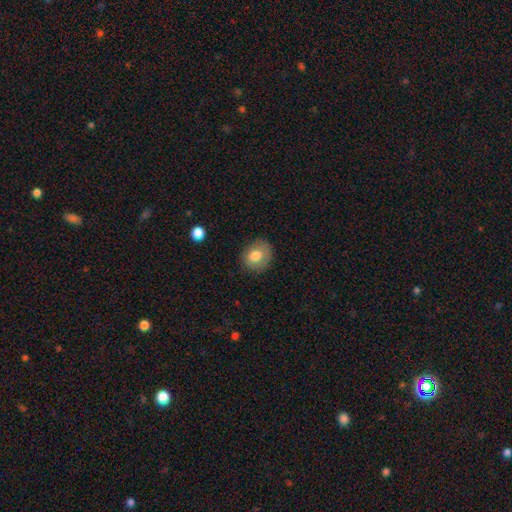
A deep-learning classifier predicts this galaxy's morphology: Smooth or featured? smooth (78%)
How rounded? round (62%)
Merging? none (77%)